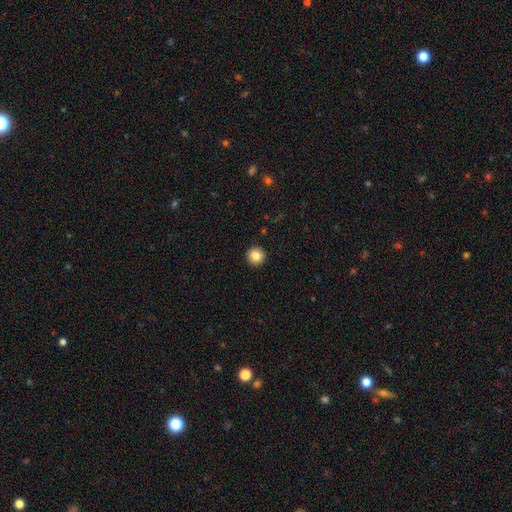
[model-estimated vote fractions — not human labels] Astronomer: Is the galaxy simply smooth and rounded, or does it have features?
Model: smooth — 85%.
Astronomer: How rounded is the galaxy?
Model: round — 95%.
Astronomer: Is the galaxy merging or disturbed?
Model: none — 93%.